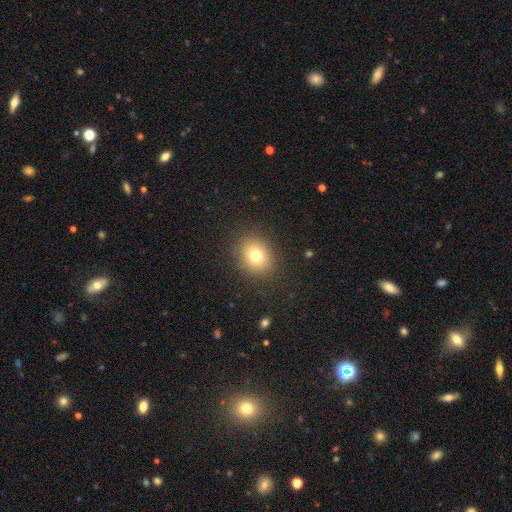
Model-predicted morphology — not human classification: smooth_or_featured: smooth (p=0.75) [alt: star or artifact p=0.13]
how_rounded: round (p=0.64) [alt: in between p=0.35]
merging: none (p=0.87) [alt: minor disturbance p=0.08]